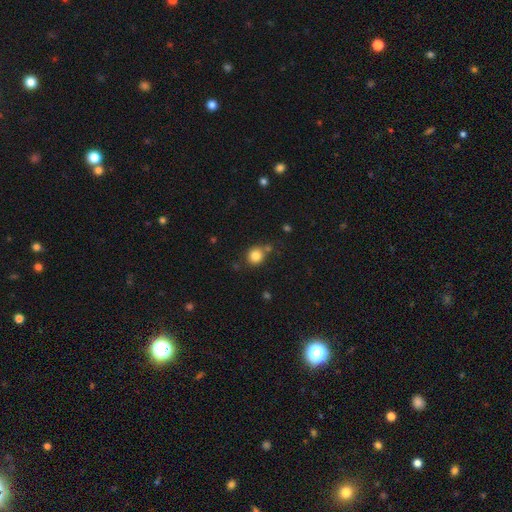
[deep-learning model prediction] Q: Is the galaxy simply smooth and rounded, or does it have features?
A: smooth — 84%.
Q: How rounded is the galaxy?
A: round — 85%.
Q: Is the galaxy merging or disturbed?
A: none — 73%.